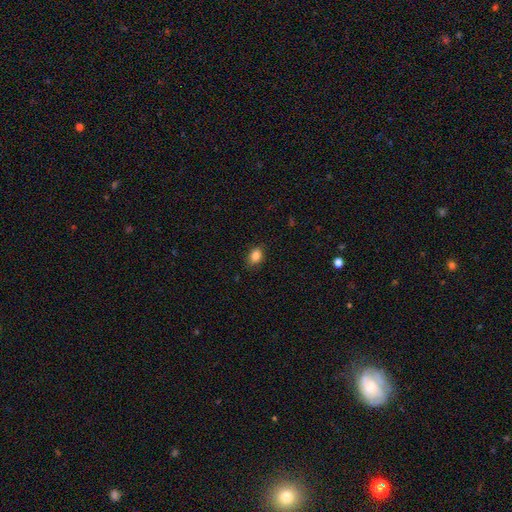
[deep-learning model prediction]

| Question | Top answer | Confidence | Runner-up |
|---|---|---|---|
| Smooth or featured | smooth | 86% | star or artifact (9%) |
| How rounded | in between | 69% | round (30%) |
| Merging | none | 85% | minor disturbance (11%) |